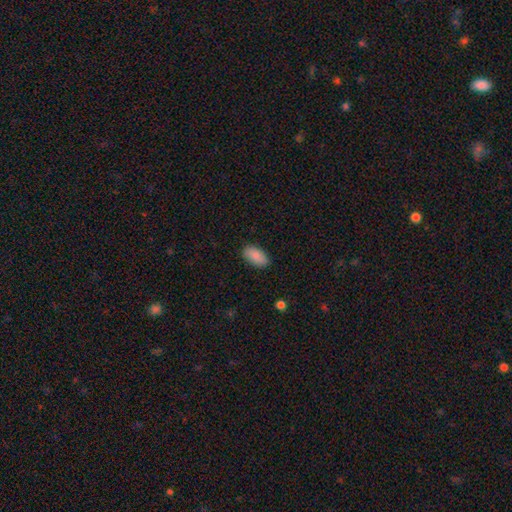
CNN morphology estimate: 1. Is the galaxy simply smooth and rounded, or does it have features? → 88% smooth, 7% star or artifact, 5% featured or disk.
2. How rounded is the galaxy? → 93% in between, 4% cigar-shaped, 3% round.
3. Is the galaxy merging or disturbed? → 86% none, 11% minor disturbance, 2% major disturbance, 1% merger.